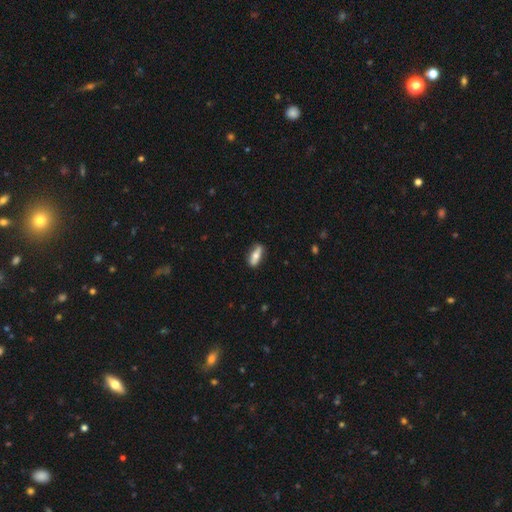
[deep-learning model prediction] The model was most divided on "how rounded": in between: 63%, cigar-shaped: 33%, round: 3%. More confident: merging — none (83%); smooth or featured — smooth (64%).